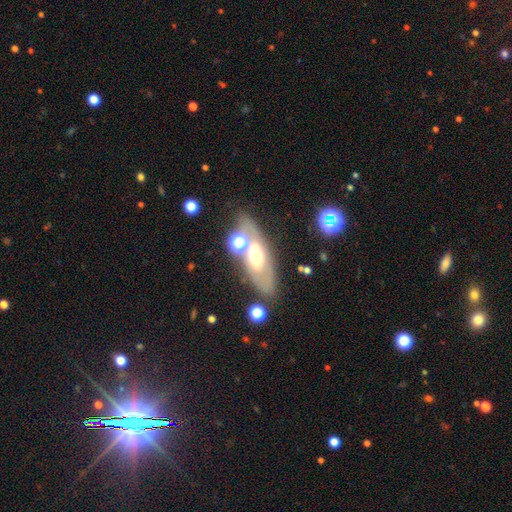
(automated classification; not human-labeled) smooth-or-featured: featured or disk: 54% | smooth: 35% | star or artifact: 11%
  disk-edge-on: no: 71% | yes: 29%
  merging: none: 66% | minor disturbance: 15% | merger: 12% | major disturbance: 8%